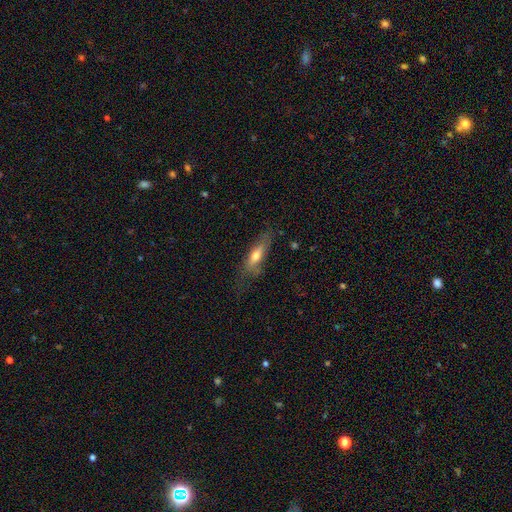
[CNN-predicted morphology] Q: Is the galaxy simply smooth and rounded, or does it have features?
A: smooth — 62%.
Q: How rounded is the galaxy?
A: cigar-shaped — 50%.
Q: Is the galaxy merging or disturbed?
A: none — 61%.